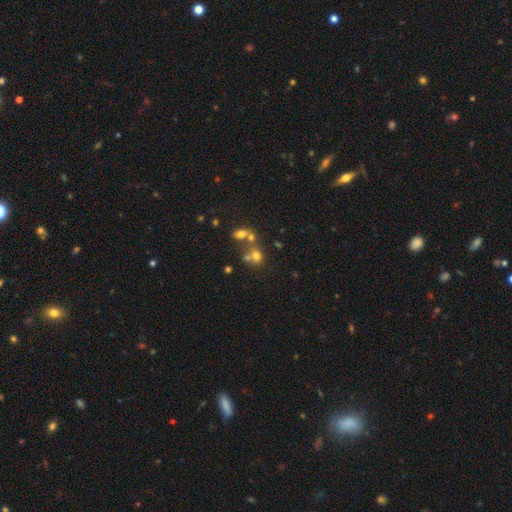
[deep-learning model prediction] Overall: smooth (63%). How rounded: round (60%; in between 38%). Merging: merger (46%; none 37%).